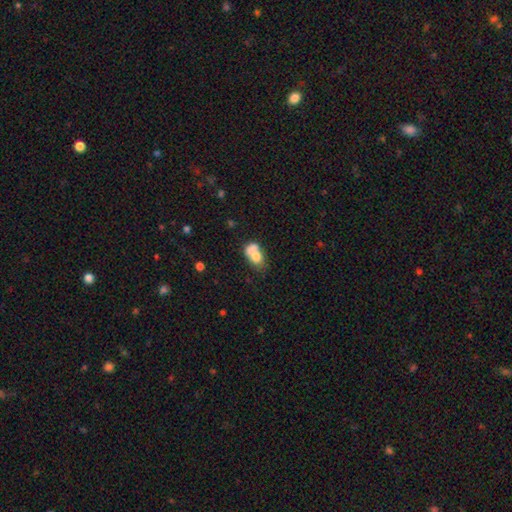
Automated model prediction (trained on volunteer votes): A smooth galaxy with no disk features (68%) that is in between round and cigar-shaped (73%). Merging: merger (52%).